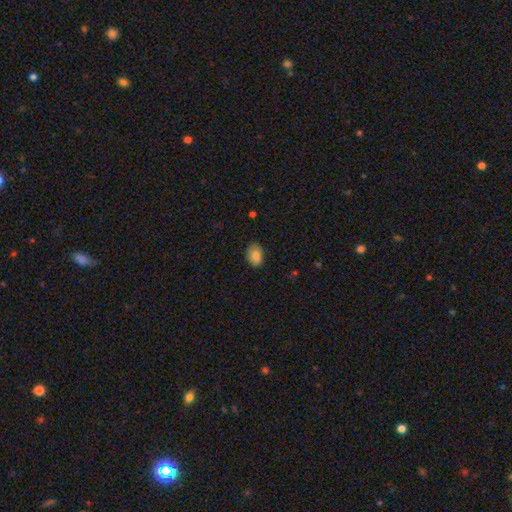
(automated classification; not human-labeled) This appears to be a smooth galaxy with no disk features (82%) that is in between round and cigar-shaped (81%). Merging: none (81%).